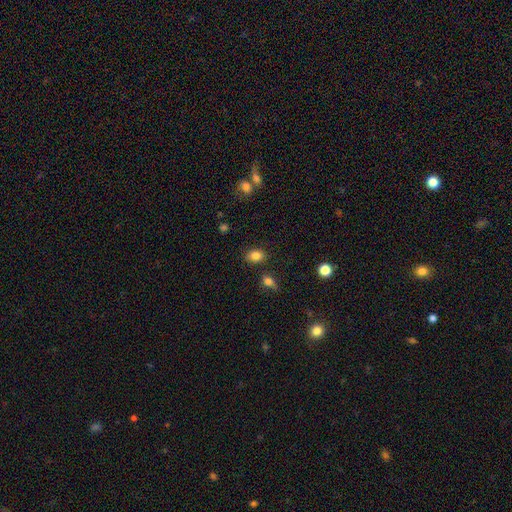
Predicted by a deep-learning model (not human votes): This is clearly a smooth galaxy (83%). How rounded: likely in between (71%). Merging: clearly none (82%).